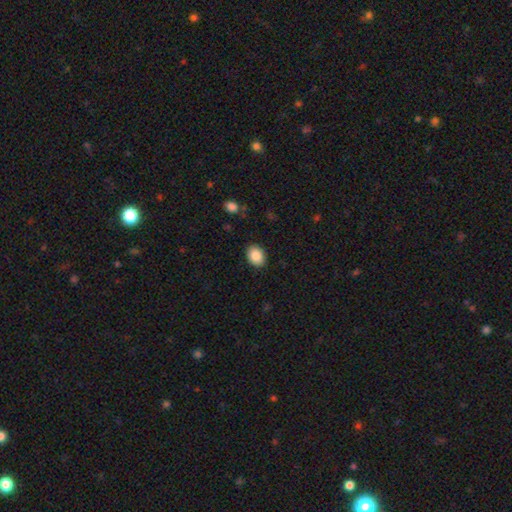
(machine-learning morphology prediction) Q: Smooth or featured?
A: smooth (87%); runner-up: star or artifact (8%)
Q: How rounded?
A: in between (68%); runner-up: round (31%)
Q: Merging?
A: none (89%); runner-up: minor disturbance (8%)